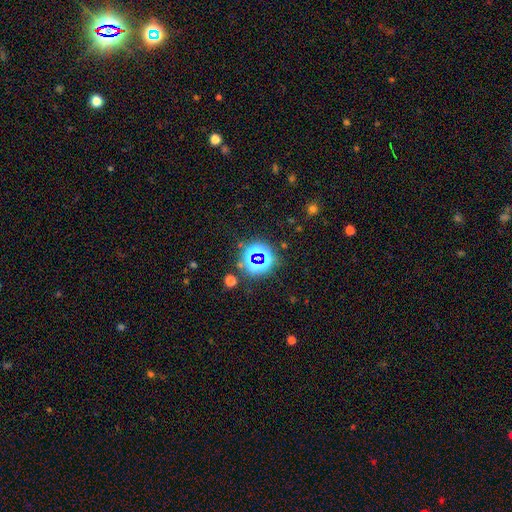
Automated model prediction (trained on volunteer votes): This is likely a star or artifact rather than a galaxy (71%).